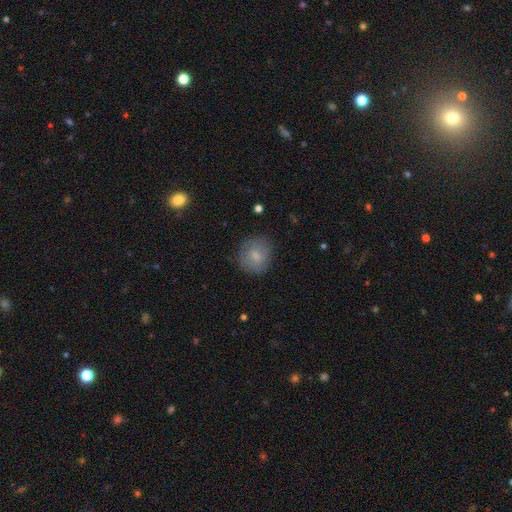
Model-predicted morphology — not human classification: This appears to be a smooth galaxy with no disk features (75%) that is round (84%). Merging: none (80%).